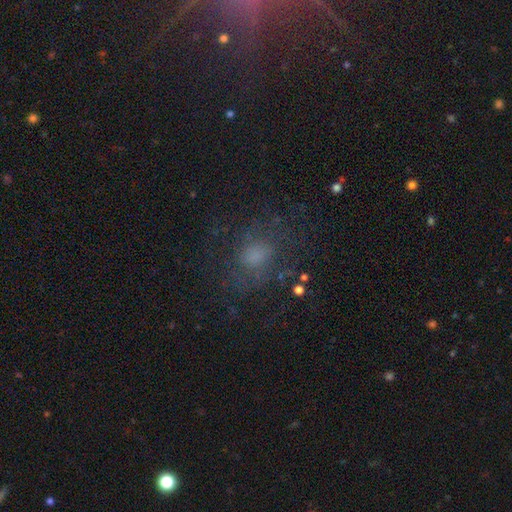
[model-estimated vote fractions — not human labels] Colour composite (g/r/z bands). It shows a smooth galaxy with no disk features (40%). Merging: none (66%).